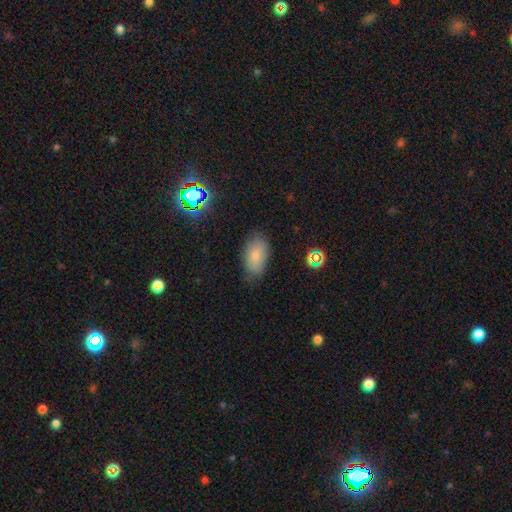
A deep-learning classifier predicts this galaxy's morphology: smooth 80%, featured or disk 10%, star or artifact 10%. Down the decision tree: how rounded — in between (93%); merging — none (78%).